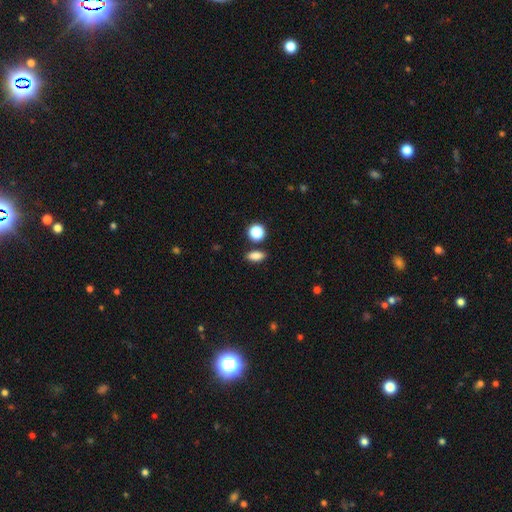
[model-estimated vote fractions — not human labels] A smooth galaxy with no disk features (83%) that is in between round and cigar-shaped (76%). Merging: none (82%).